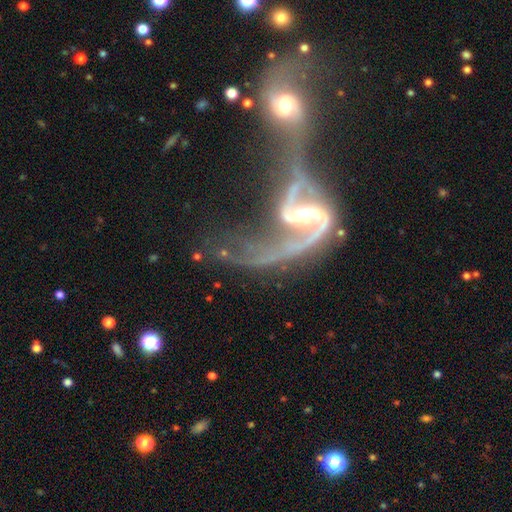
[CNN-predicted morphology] Q: Smooth or featured?
A: featured or disk (82%); runner-up: star or artifact (9%)
Q: Edge-on disk?
A: no (93%); runner-up: yes (7%)
Q: Bar?
A: weak (39%); runner-up: no (33%)
Q: Spiral arms?
A: yes (87%); runner-up: no (13%)
Q: Spiral winding?
A: loose (66%); runner-up: medium (24%)
Q: Spiral arm count?
A: 2 (61%); runner-up: 1 (25%)
Q: Bulge size?
A: moderate (42%); tied with: small (42%)
Q: Merging?
A: merger (64%); runner-up: major disturbance (18%)